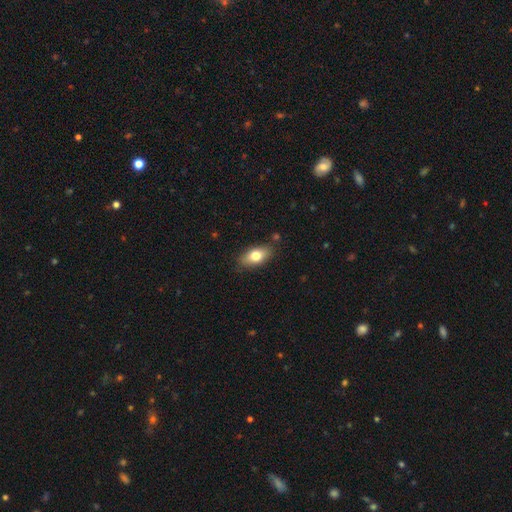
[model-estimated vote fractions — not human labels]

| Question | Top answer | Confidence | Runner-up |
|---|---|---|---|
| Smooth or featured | smooth | 76% | featured or disk (16%) |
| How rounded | in between | 87% | cigar-shaped (7%) |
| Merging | none | 83% | minor disturbance (13%) |